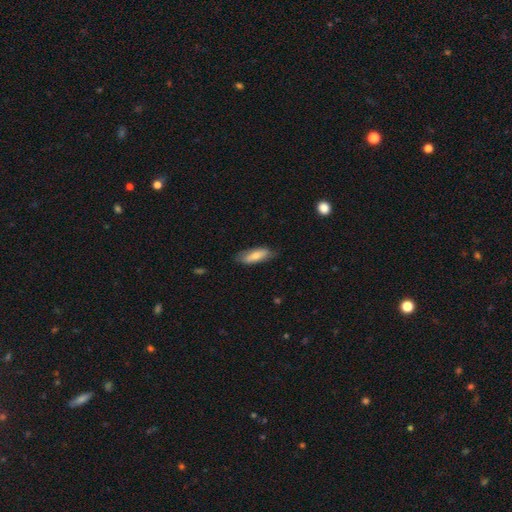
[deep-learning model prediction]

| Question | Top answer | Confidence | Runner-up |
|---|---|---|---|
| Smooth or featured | smooth | 72% | featured or disk (23%) |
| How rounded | in between | 63% | cigar-shaped (35%) |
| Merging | none | 74% | minor disturbance (20%) |